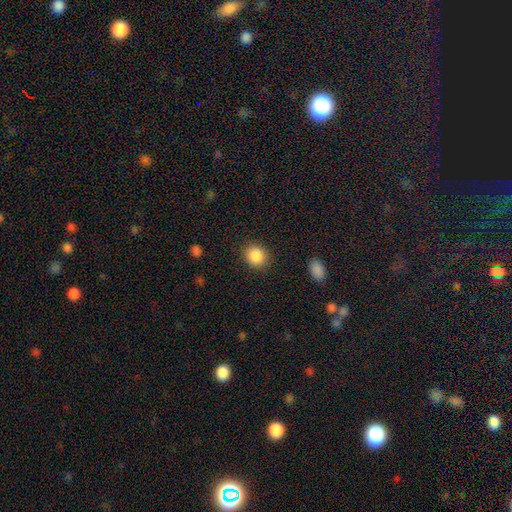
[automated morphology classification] smooth_or_featured: smooth (p=0.88) [alt: star or artifact p=0.09]
how_rounded: round (p=0.69) [alt: in between p=0.30]
merging: none (p=0.88) [alt: minor disturbance p=0.08]